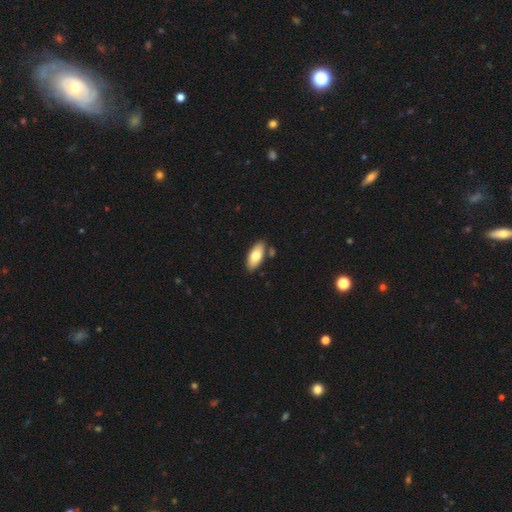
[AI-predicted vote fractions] Smooth or featured? smooth (75%)
How rounded? in between (87%)
Merging? none (81%)